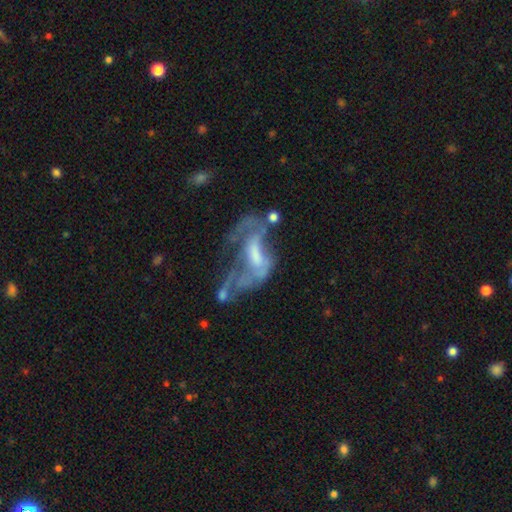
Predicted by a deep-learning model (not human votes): featured or disk 69%, smooth 19%, star or artifact 12%. Down the decision tree: edge-on disk — no (94%); bar — no (47%); spiral arms — yes (51%); bulge size — moderate (35%); merging — major disturbance (43%).